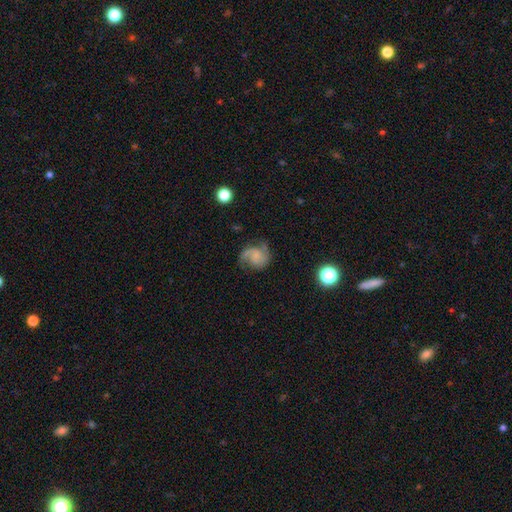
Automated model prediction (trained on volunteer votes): The model was most divided on "spiral winding": medium: 45%, loose: 38%, tight: 17%. Remaining: edge-on disk — no (98%); spiral arms — yes (93%); spiral arm count — 2 (76%); smooth or featured — featured or disk (67%); bar — no (66%); merging — none (57%); bulge size — small (47%).